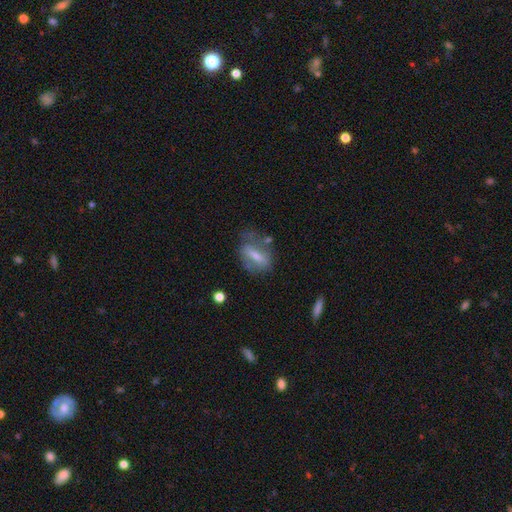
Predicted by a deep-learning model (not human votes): Smooth or featured? smooth (49%)
Merging? none (50%)